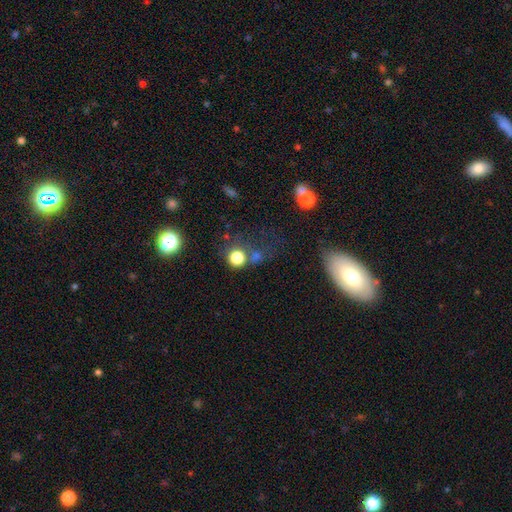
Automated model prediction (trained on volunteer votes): This is likely a smooth galaxy (61%). How rounded: likely round (74%). Merging: possibly none (57%).